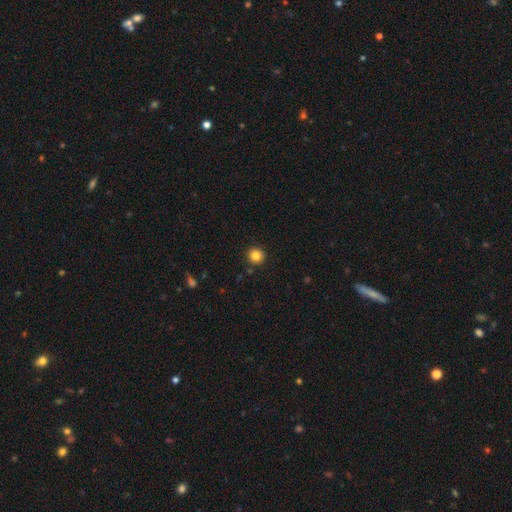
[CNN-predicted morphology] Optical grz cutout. It shows a smooth galaxy with no disk features (84%) that is round (93%). Merging: none (91%).